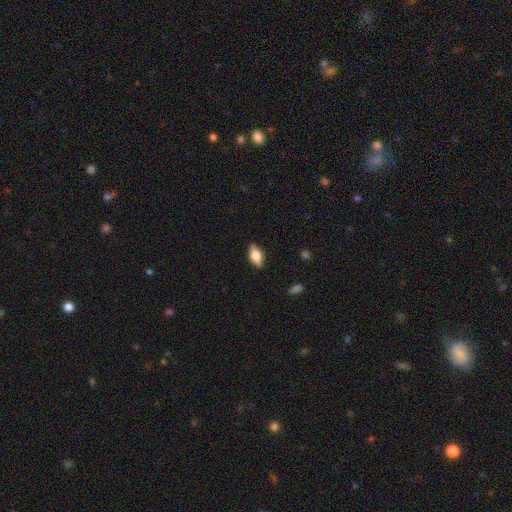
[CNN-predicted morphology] A smooth galaxy with no disk features (68%) that is in between round and cigar-shaped (86%).

Vote fractions:
- Smooth or featured? smooth: 68% / featured or disk: 25% / star or artifact: 7%
- How rounded? in between: 86% / cigar-shaped: 9% / round: 4%
- Merging? none: 86% / minor disturbance: 11% / major disturbance: 2% / merger: 1%